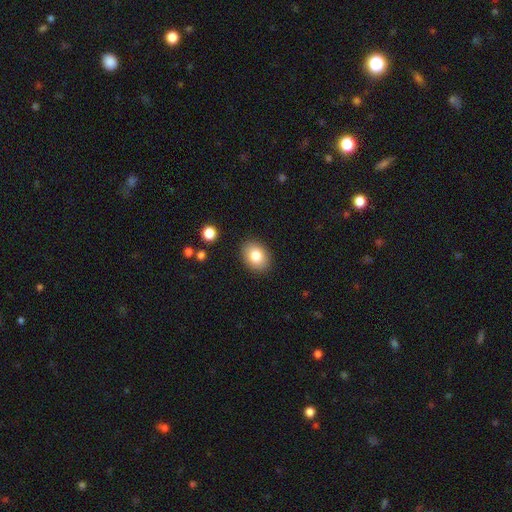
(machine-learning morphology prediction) type=smooth (82%); roundness=in between (67%); merging=none (88%).